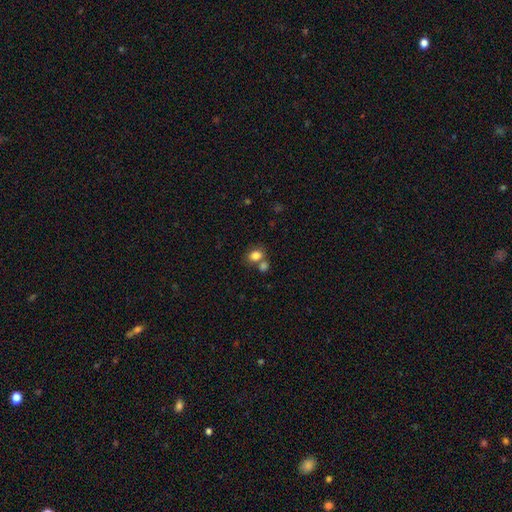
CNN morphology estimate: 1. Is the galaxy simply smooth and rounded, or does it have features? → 82% smooth, 10% star or artifact, 8% featured or disk.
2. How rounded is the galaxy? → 52% in between, 47% round, 1% cigar-shaped.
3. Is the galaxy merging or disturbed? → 52% none, 33% merger, 11% minor disturbance, 4% major disturbance.